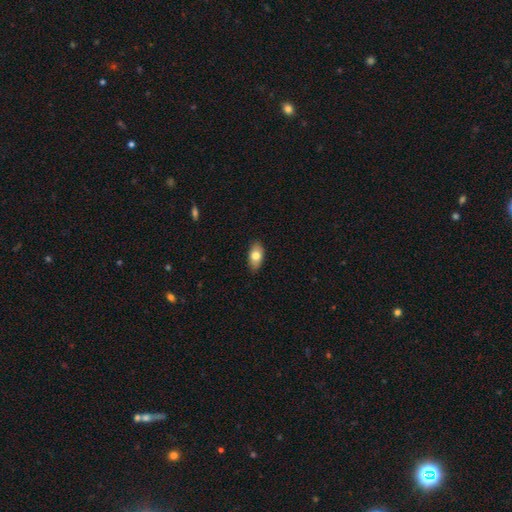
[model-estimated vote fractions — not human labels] smooth 76%, featured or disk 18%, star or artifact 7%. Down the decision tree: how rounded — in between (90%); merging — none (86%).